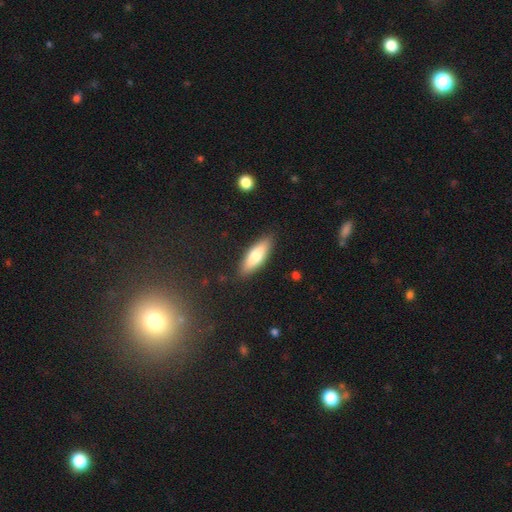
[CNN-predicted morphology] The model was most divided on "how rounded": in between: 53%, cigar-shaped: 45%, round: 2%. More confident: merging — none (87%); smooth or featured — smooth (71%).